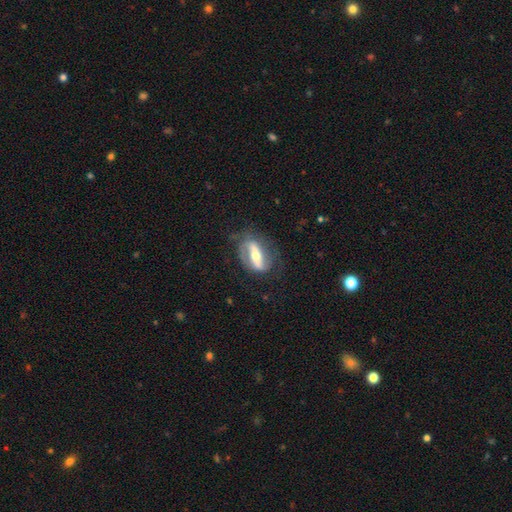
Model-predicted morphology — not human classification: A featured or disk galaxy (76%) with a strong bar (70%), spiral arms (74%) and a moderate central bulge (64%). Merging: none (68%).